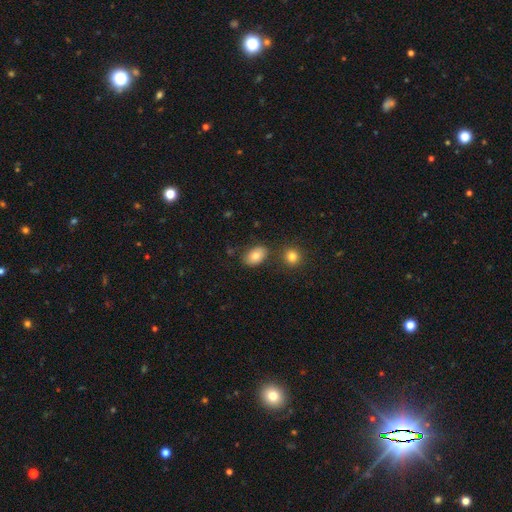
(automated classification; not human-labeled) Morphology: type=smooth (81%); roundness=in between (86%); merging=none (76%).